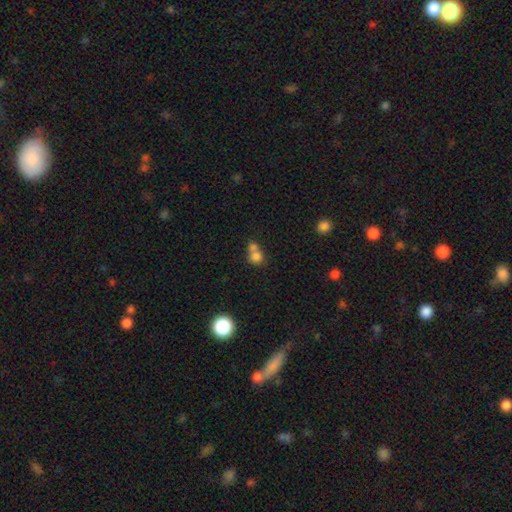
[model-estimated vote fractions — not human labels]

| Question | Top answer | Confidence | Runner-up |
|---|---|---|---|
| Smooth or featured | smooth | 76% | star or artifact (12%) |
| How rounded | round | 79% | in between (20%) |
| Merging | merger | 57% | none (33%) |